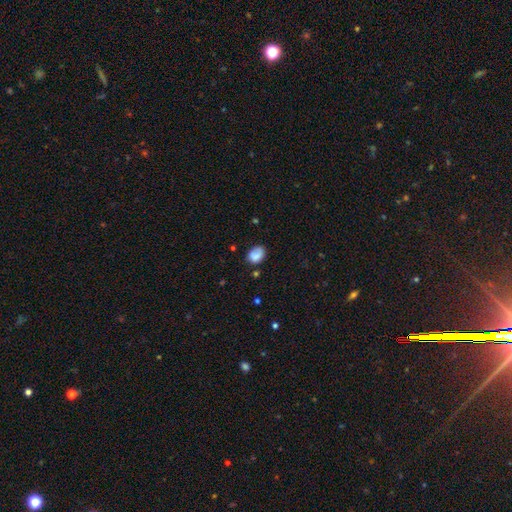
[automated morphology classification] type=smooth (81%); roundness=in between (72%); merging=none (62%).